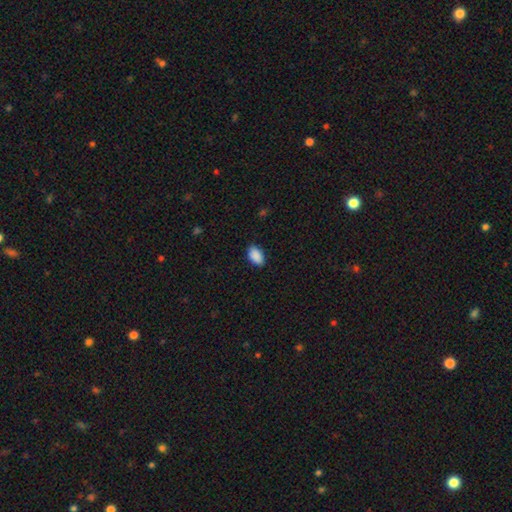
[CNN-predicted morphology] The model was most divided on "merging": none: 86%, minor disturbance: 11%, major disturbance: 2%, merger: 1%. More confident: how rounded — in between (93%); smooth or featured — smooth (90%).